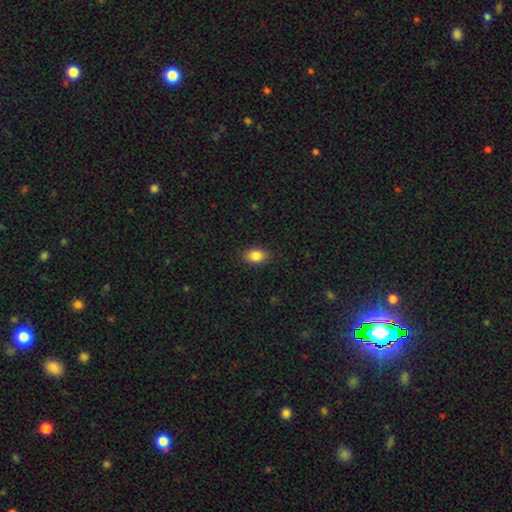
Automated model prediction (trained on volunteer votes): Smooth or featured? Predicted: smooth (p=0.86). How rounded? Predicted: in between (p=0.85). Merging? Predicted: none (p=0.88).